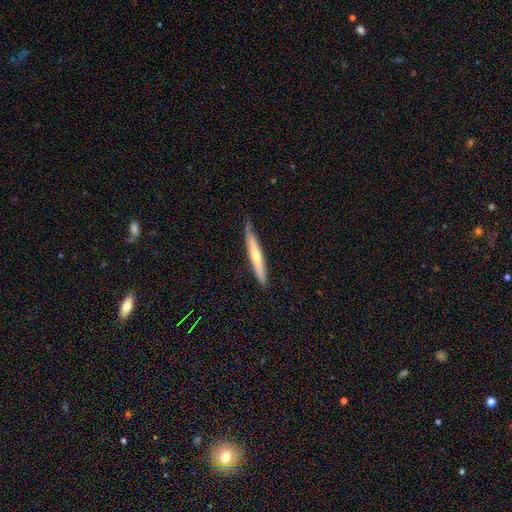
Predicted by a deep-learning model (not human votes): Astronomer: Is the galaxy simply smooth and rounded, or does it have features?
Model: featured or disk — 51% (runner-up: smooth, 44%).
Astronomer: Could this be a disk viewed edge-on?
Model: yes — 91%.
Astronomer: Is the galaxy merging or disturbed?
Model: none — 77%.